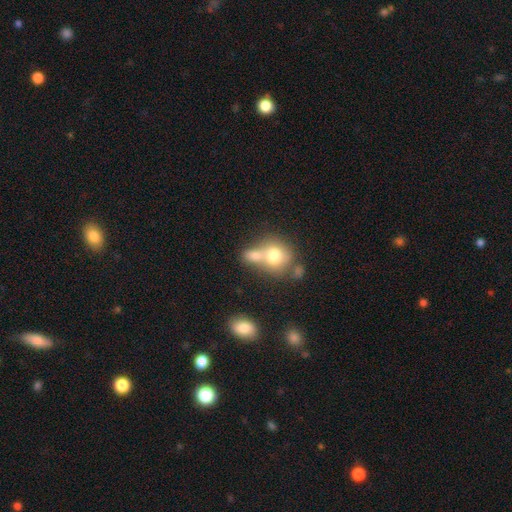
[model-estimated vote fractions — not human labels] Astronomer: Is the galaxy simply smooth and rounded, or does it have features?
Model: smooth — 73%.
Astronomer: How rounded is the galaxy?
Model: round — 62%.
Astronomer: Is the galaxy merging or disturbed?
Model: merger — 56%.